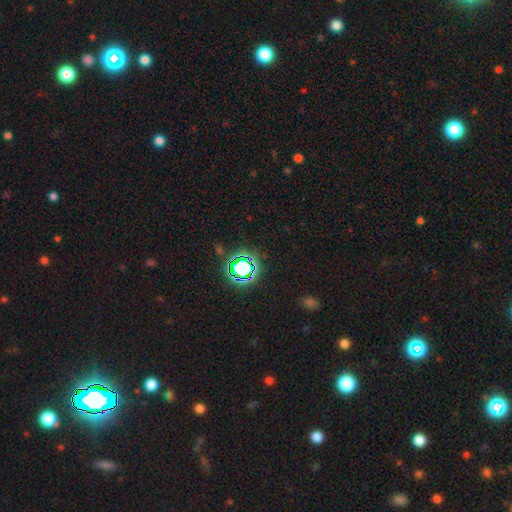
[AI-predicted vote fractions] Smooth or featured?
  - star or artifact: 76% *
  - smooth: 16%
  - featured or disk: 8%